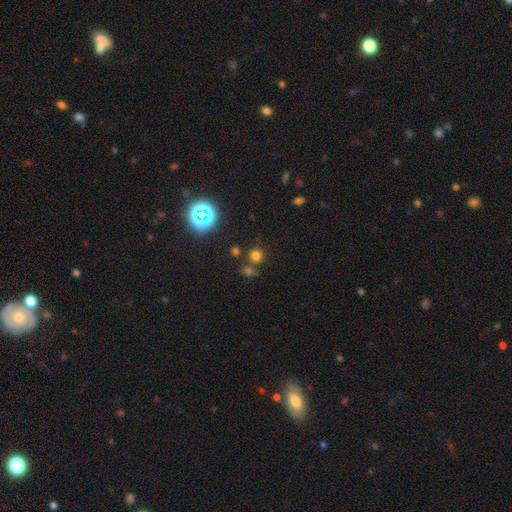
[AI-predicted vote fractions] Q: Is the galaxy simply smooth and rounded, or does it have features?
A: smooth — 65%.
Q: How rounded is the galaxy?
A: round — 90%.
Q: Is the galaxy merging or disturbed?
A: none — 73%.